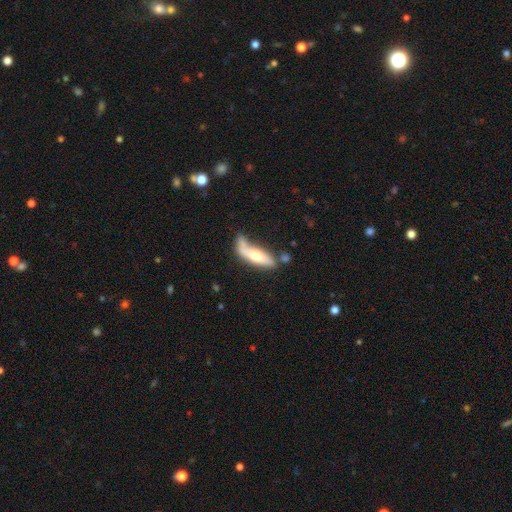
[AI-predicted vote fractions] This is possibly a smooth galaxy (57%). How rounded: possibly cigar-shaped (51%). Merging: marginally none (36%).